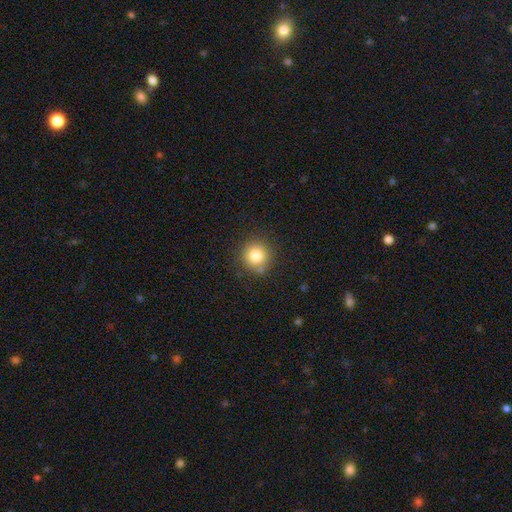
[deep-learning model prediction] Overall: smooth (82%). How rounded: round (92%). Merging: none (82%).